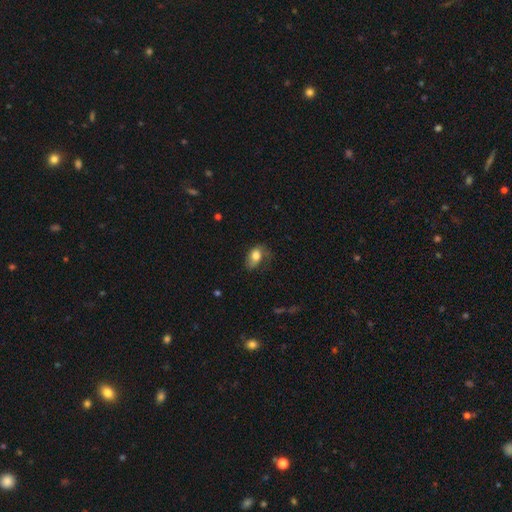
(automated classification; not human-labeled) Smooth or featured?
  - smooth: 71% *
  - featured or disk: 21%
  - star or artifact: 8%
How rounded?
  - in between: 84% *
  - round: 14%
  - cigar-shaped: 2%
Merging?
  - none: 41% *
  - minor disturbance: 32%
  - major disturbance: 25%
  - merger: 2%